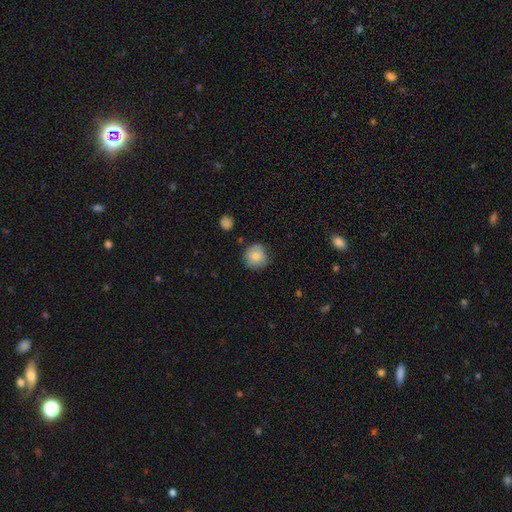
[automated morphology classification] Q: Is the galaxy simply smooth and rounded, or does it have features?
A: smooth — 81%.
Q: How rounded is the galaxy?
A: round — 91%.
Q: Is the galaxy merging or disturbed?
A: none — 77%.